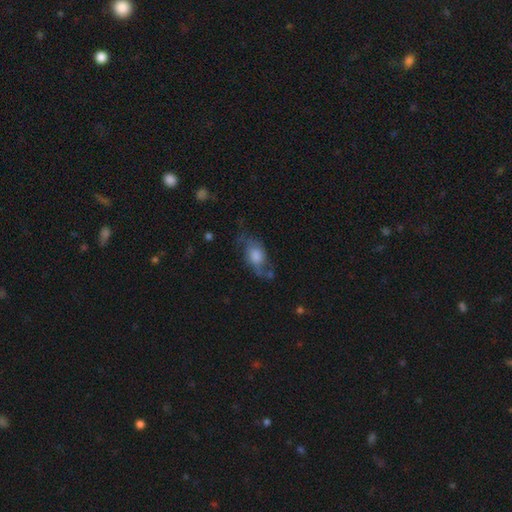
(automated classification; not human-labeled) Q: Smooth or featured?
A: featured or disk (54%); runner-up: smooth (37%)
Q: Edge-on disk?
A: no (90%); runner-up: yes (10%)
Q: Merging?
A: none (53%); runner-up: minor disturbance (25%)